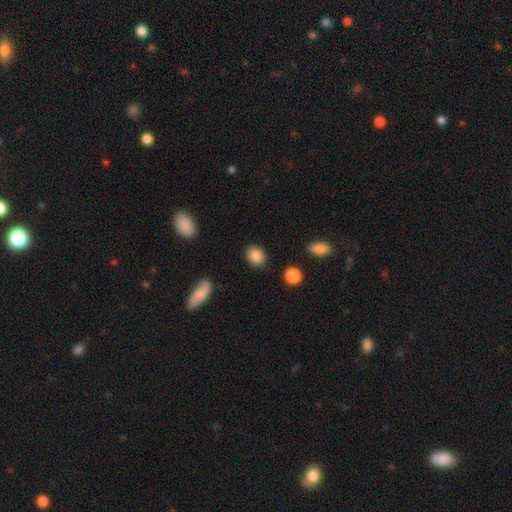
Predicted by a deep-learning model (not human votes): smooth 86%, star or artifact 9%, featured or disk 5%. Down the decision tree: how rounded — round (63%); merging — none (88%).